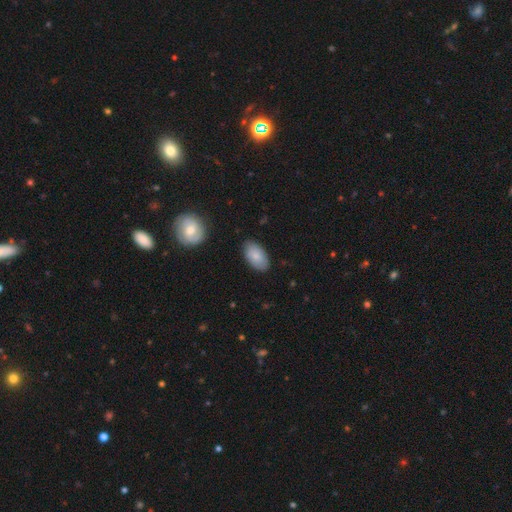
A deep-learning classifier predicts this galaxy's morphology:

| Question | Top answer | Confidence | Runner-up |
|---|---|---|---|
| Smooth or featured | smooth | 77% | featured or disk (16%) |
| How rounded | in between | 94% | round (4%) |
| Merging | none | 83% | minor disturbance (13%) |